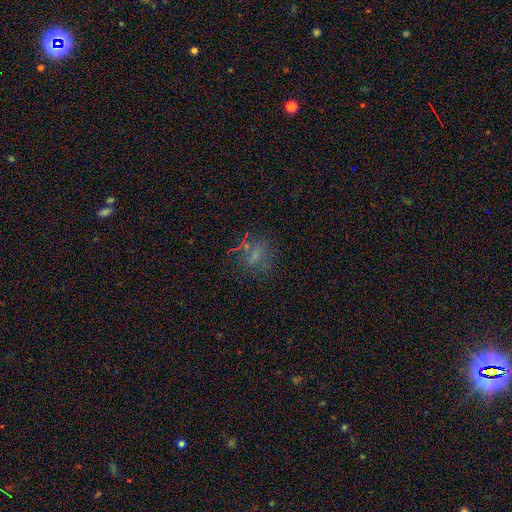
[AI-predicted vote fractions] smooth 56%, star or artifact 26%, featured or disk 19%. Down the decision tree: how rounded — round (71%); merging — none (72%).